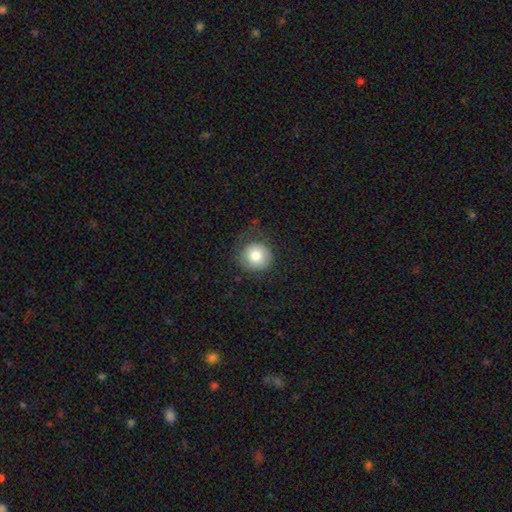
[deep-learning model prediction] smooth-or-featured: smooth: 79% | featured or disk: 12% | star or artifact: 9%
  how-rounded: round: 92% | in between: 7% | cigar-shaped: 1%
  merging: none: 75% | minor disturbance: 16% | major disturbance: 7% | merger: 1%